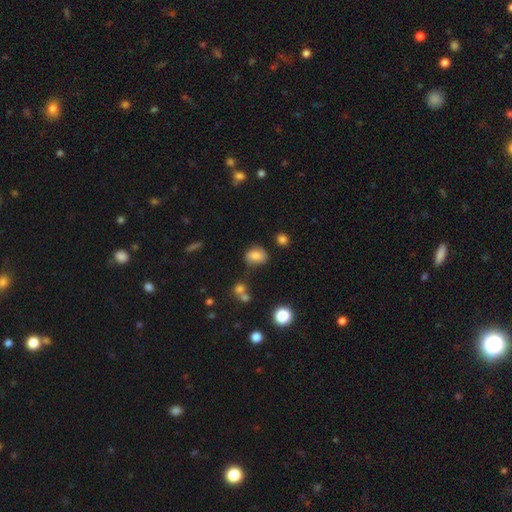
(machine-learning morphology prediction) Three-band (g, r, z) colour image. It shows a smooth galaxy with no disk features (72%) that is in between round and cigar-shaped (56%). Merging: none (62%).